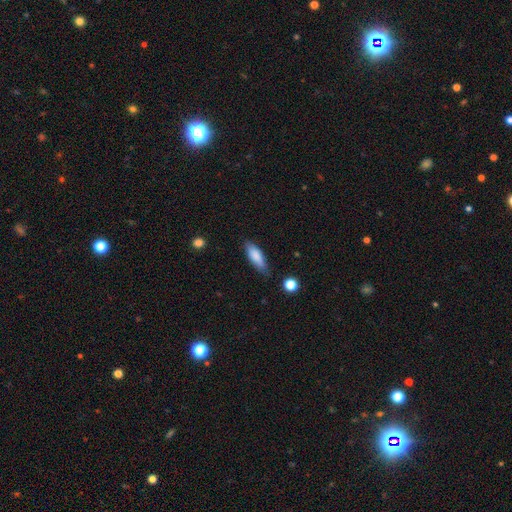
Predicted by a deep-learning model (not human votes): A smooth galaxy with no disk features (83%) that is in between round and cigar-shaped (59%).

Vote fractions:
- Smooth or featured? smooth: 83% / featured or disk: 10% / star or artifact: 7%
- How rounded? in between: 59% / cigar-shaped: 39% / round: 2%
- Merging? none: 76% / minor disturbance: 19% / major disturbance: 4% / merger: 2%